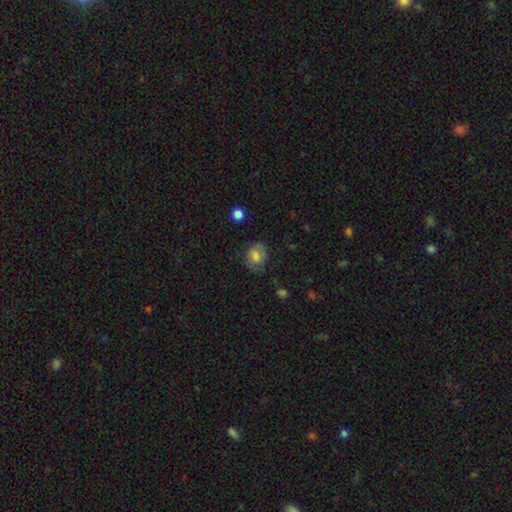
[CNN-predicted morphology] smooth 68%, featured or disk 23%, star or artifact 10%. Down the decision tree: how rounded — in between (58%); merging — none (61%).